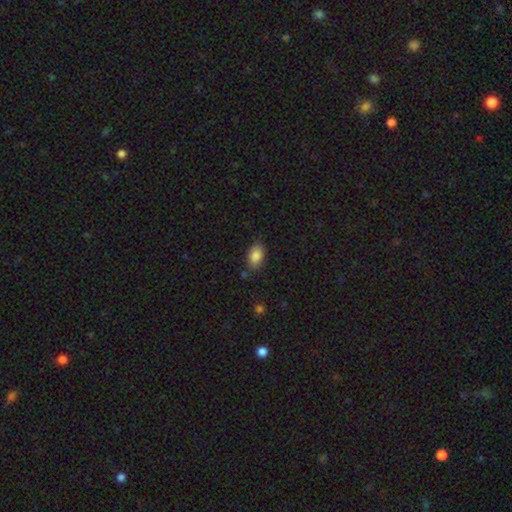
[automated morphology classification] Smooth or featured?
  - smooth: 86% *
  - star or artifact: 8%
  - featured or disk: 6%
How rounded?
  - in between: 88% *
  - round: 11%
  - cigar-shaped: 2%
Merging?
  - none: 76% *
  - minor disturbance: 17%
  - major disturbance: 4%
  - merger: 3%